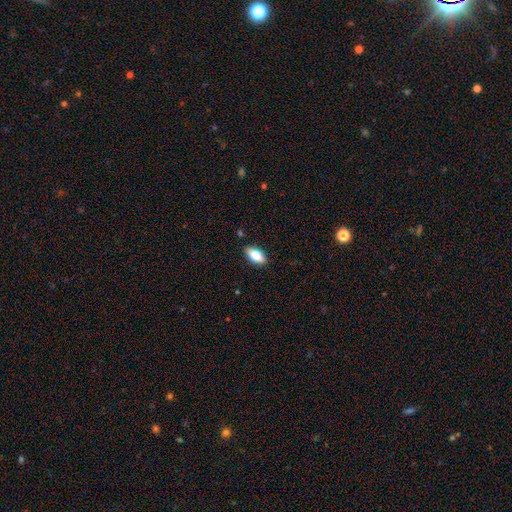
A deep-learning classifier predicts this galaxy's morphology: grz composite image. It shows a smooth galaxy with no disk features (82%) that is in between round and cigar-shaped (91%). Merging: none (87%).